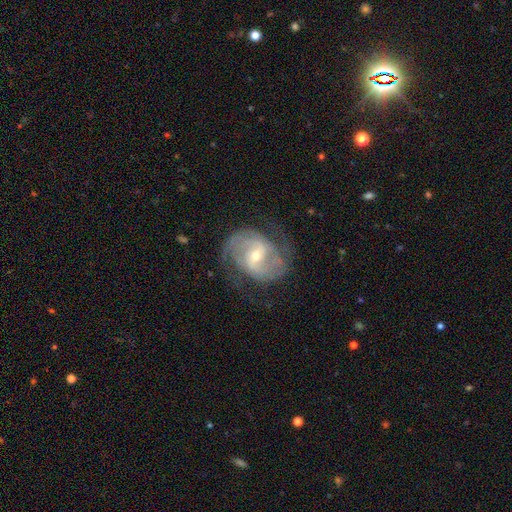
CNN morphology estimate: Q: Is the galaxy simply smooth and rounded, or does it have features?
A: featured or disk — 88%.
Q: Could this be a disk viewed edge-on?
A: no — 97%.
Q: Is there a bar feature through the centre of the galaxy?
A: weak — 49%.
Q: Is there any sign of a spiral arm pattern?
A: yes — 96%.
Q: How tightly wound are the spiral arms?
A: medium — 48%.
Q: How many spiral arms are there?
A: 2 — 78%.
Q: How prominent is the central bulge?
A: small — 52%.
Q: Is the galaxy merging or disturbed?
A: none — 72%.